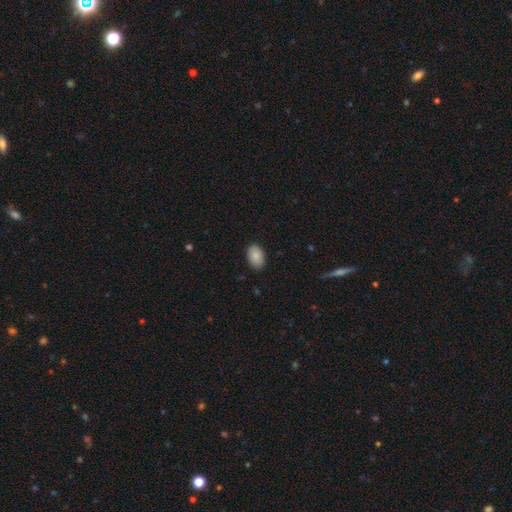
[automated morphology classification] The model was most divided on "how rounded": in between: 88%, round: 11%, cigar-shaped: 1%. More confident: merging — none (88%); smooth or featured — smooth (88%).